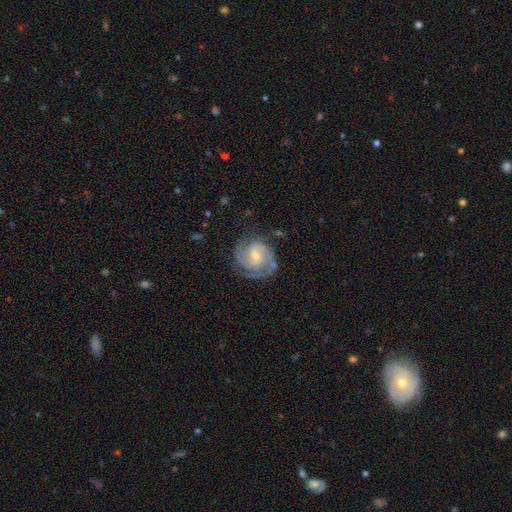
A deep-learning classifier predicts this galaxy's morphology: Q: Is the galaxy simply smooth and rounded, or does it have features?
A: featured or disk — 82%.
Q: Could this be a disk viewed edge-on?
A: no — 98%.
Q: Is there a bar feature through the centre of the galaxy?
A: no — 47%.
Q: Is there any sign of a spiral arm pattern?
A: yes — 96%.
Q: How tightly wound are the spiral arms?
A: tight — 54%.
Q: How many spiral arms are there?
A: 2 — 52%.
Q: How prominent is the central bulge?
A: small — 49%.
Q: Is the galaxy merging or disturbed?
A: none — 70%.